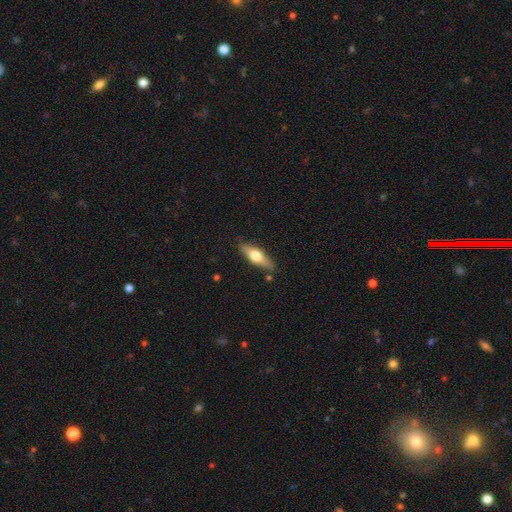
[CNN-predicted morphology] A smooth galaxy with no disk features (49%). Merging: none (84%).